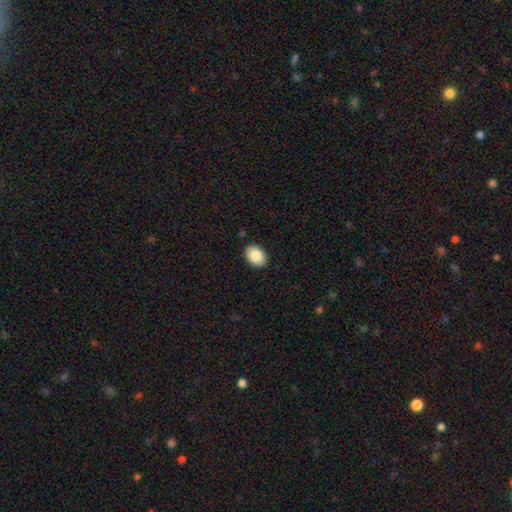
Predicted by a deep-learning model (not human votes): Smooth or featured?
  - smooth: 87% *
  - star or artifact: 7%
  - featured or disk: 6%
How rounded?
  - in between: 82% *
  - round: 17%
  - cigar-shaped: 1%
Merging?
  - none: 89% *
  - minor disturbance: 8%
  - major disturbance: 2%
  - merger: 1%